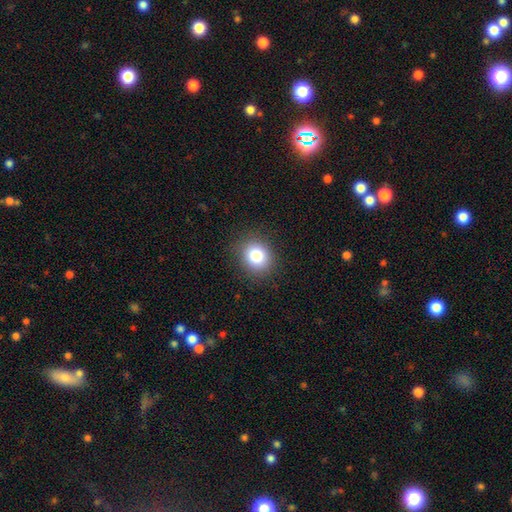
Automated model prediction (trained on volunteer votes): This appears to be a smooth galaxy with no disk features (82%) that is round (78%). Merging: none (89%).